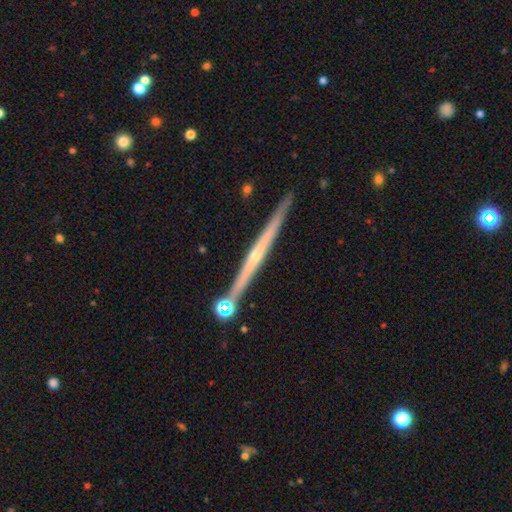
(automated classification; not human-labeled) This appears to be a featured or disk galaxy (78%) viewed edge-on (98%) with a rounded central bulge (54%). Merging: none (84%).